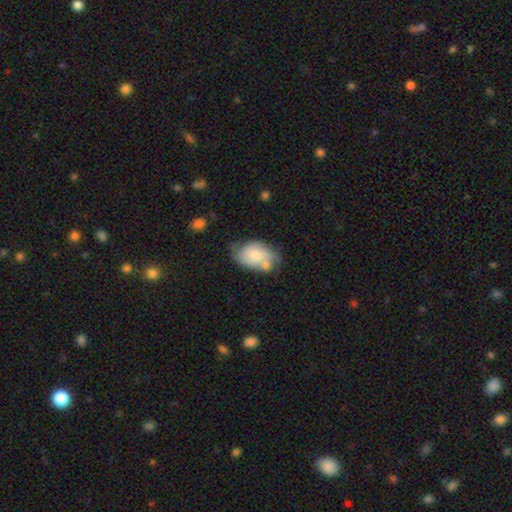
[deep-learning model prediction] Smooth or featured: smooth — 66% (featured or disk — 27%)
How rounded: in between — 88% (round — 11%)
Merging: none — 45% (minor disturbance — 26%)